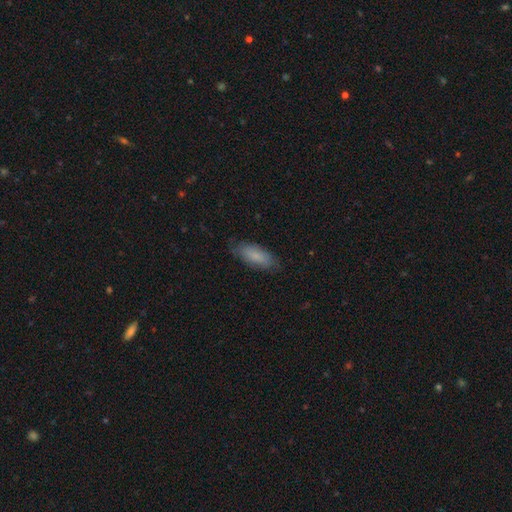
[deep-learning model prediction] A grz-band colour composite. It shows a smooth galaxy with no disk features (80%) that is in between round and cigar-shaped (73%). Merging: none (80%).